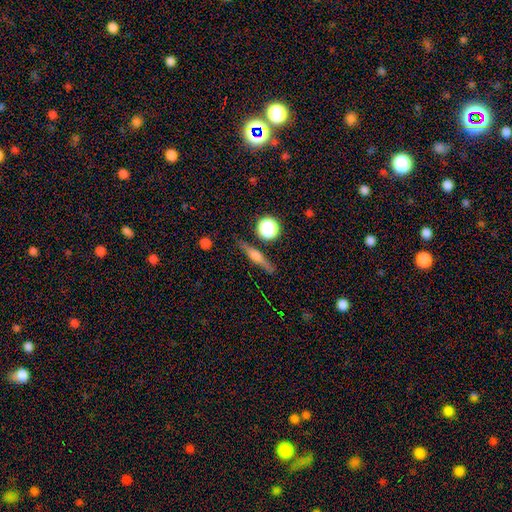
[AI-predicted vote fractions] A featured or disk galaxy (60%) viewed edge-on (96%) with a rounded central bulge (80%).

Vote fractions:
- Smooth or featured? featured or disk: 60% / smooth: 29% / star or artifact: 11%
- Edge-on disk? yes: 96% / no: 4%
- Edge-on bulge? rounded: 80% / boxy: 14% / none: 7%
- Merging? none: 84% / minor disturbance: 10% / major disturbance: 3% / merger: 2%